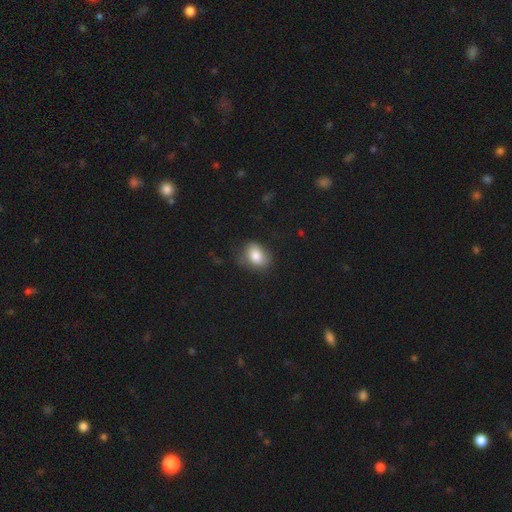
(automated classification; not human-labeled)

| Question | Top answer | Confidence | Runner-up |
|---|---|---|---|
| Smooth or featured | smooth | 82% | featured or disk (10%) |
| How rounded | in between | 73% | round (26%) |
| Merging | none | 66% | minor disturbance (25%) |